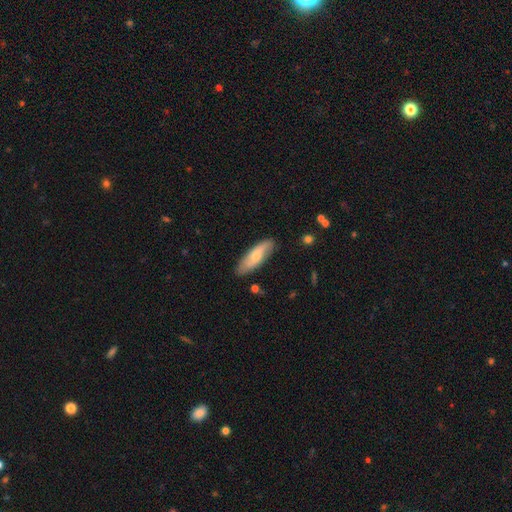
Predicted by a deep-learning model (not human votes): Smooth or featured?
  - smooth: 61% *
  - featured or disk: 33%
  - star or artifact: 6%
How rounded?
  - in between: 55% *
  - cigar-shaped: 43%
  - round: 2%
Merging?
  - none: 81% *
  - minor disturbance: 14%
  - major disturbance: 3%
  - merger: 2%